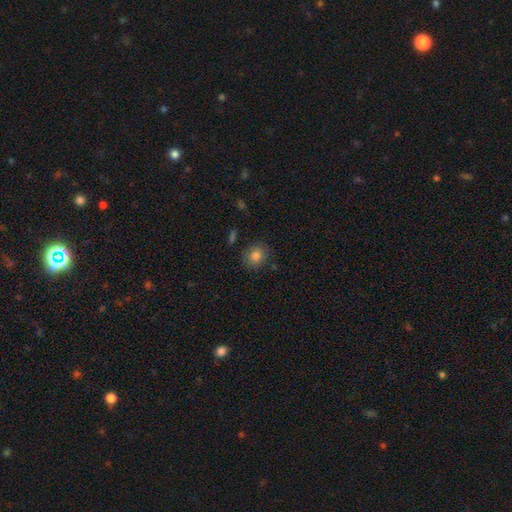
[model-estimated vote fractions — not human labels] Overall: smooth (83%). How rounded: round (72%). Merging: none (84%).